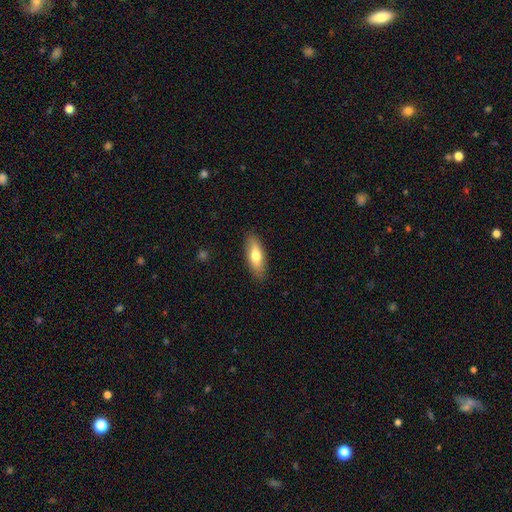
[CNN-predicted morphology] Smooth or featured? Predicted: smooth (p=0.69). How rounded? Predicted: in between (p=0.64). Merging? Predicted: none (p=0.87).